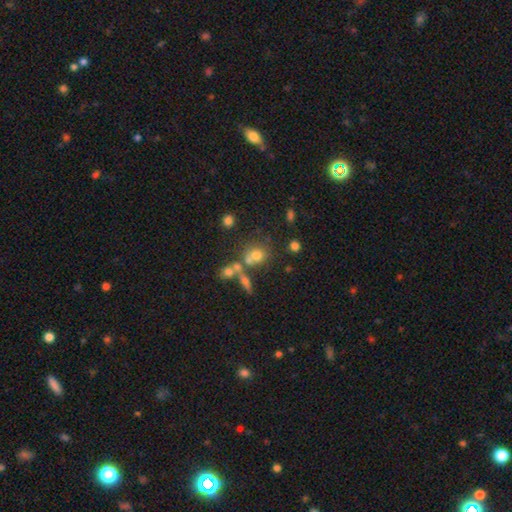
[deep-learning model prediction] smooth_or_featured: smooth (p=0.61) [alt: star or artifact p=0.21]
how_rounded: round (p=0.74) [alt: in between p=0.24]
merging: none (p=0.51) [alt: merger p=0.31]